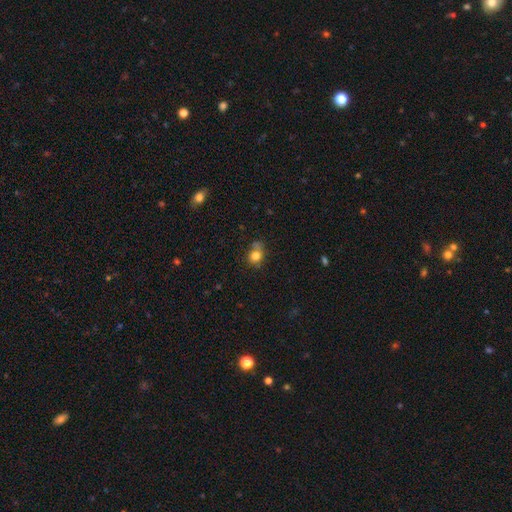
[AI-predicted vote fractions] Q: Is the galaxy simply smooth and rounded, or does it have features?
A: smooth — 79%.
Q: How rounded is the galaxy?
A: round — 63%.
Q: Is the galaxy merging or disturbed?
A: none — 52%.